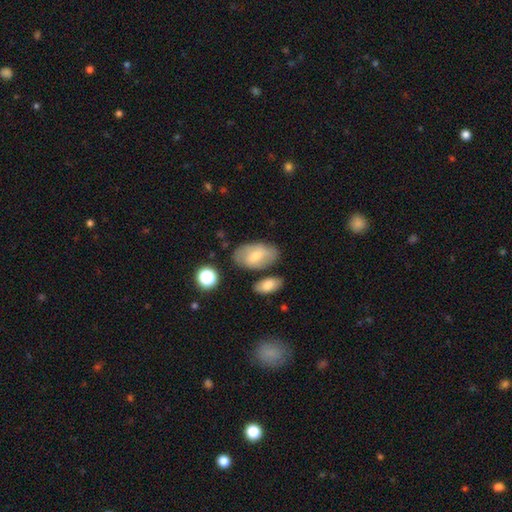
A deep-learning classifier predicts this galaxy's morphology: The model was most divided on "smooth or featured": smooth: 60%, featured or disk: 32%, star or artifact: 8%. More confident: how rounded — in between (92%); merging — none (67%).